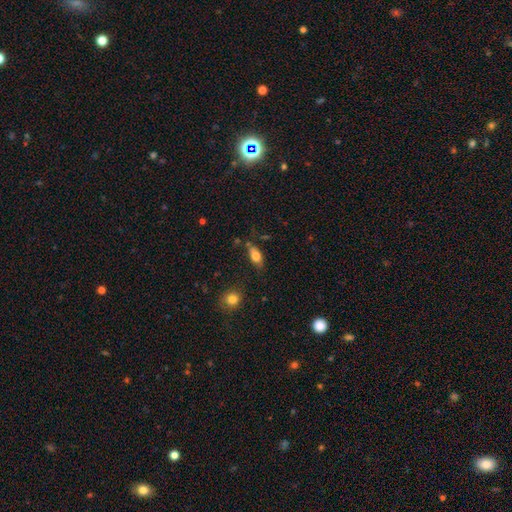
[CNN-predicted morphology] A smooth galaxy with no disk features (73%) that is in between round and cigar-shaped (83%).

Vote fractions:
- Smooth or featured? smooth: 73% / featured or disk: 19% / star or artifact: 8%
- How rounded? in between: 83% / cigar-shaped: 12% / round: 5%
- Merging? none: 69% / minor disturbance: 20% / merger: 6% / major disturbance: 5%